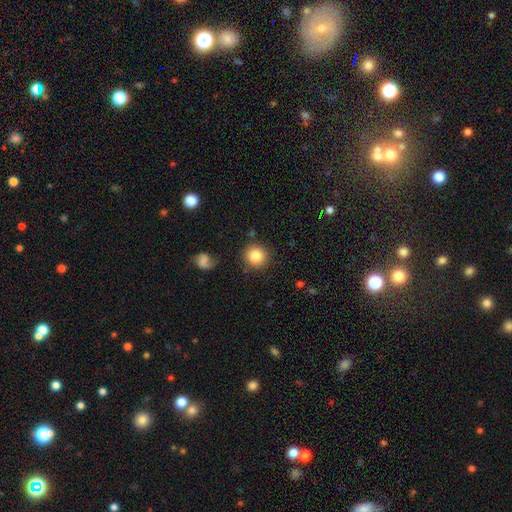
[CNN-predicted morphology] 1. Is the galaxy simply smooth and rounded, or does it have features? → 85% smooth, 9% star or artifact, 6% featured or disk.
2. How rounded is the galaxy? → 92% round, 7% in between, 1% cigar-shaped.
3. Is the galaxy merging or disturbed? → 86% none, 8% minor disturbance, 3% major disturbance, 3% merger.